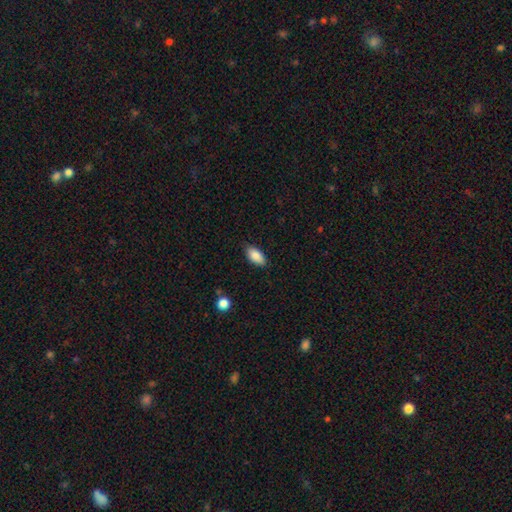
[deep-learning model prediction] Q: Smooth or featured?
A: smooth (87%); runner-up: star or artifact (7%)
Q: How rounded?
A: in between (91%); runner-up: cigar-shaped (6%)
Q: Merging?
A: none (84%); runner-up: minor disturbance (12%)